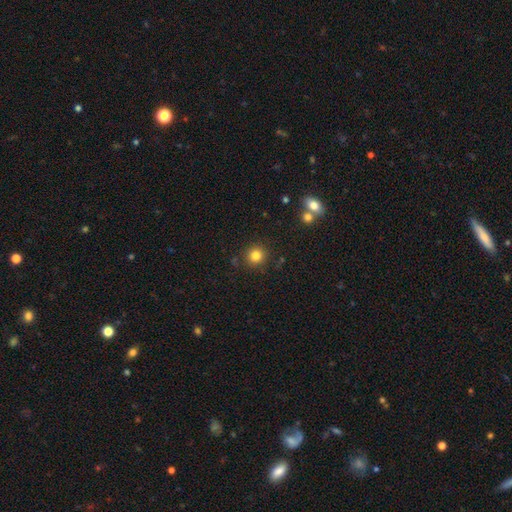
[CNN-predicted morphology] Smooth or featured? smooth (82%)
How rounded? round (92%)
Merging? none (87%)